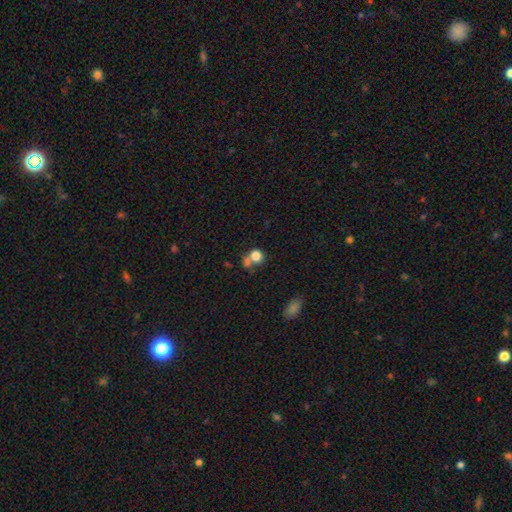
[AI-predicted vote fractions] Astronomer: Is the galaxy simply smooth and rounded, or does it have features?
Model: smooth — 81%.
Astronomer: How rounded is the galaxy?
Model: round — 77%.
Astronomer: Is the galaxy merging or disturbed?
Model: none — 42% (runner-up: merger, 40%).